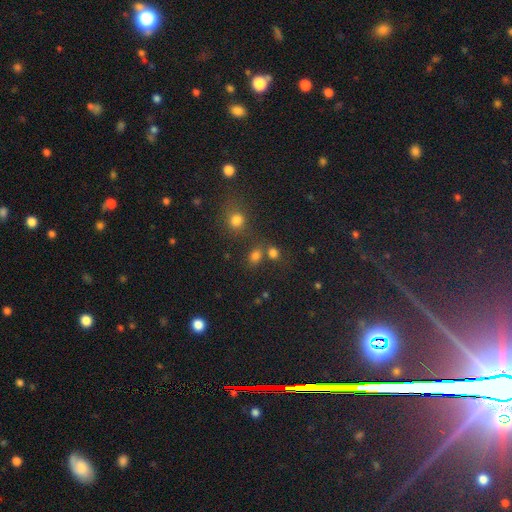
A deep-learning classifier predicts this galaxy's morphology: type=smooth (76%); roundness=in between (52%); merging=none (61%).